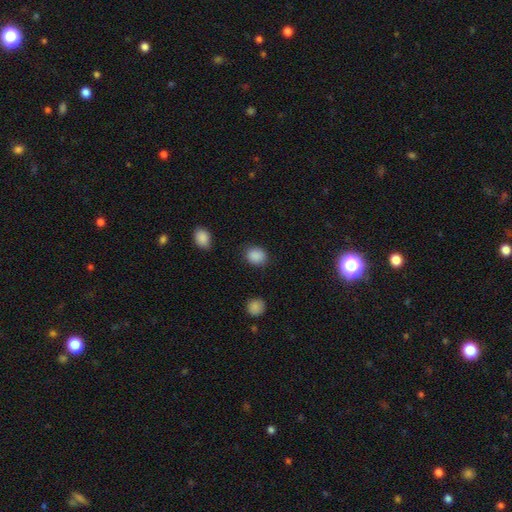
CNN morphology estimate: Smooth or featured? Predicted: smooth (p=0.88). How rounded? Predicted: round (p=0.61). Merging? Predicted: none (p=0.84).